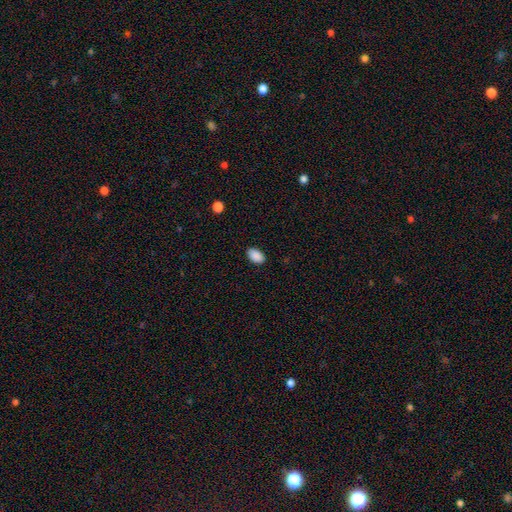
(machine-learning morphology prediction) This is clearly a smooth galaxy (89%). How rounded: clearly in between (92%). Merging: clearly none (86%).